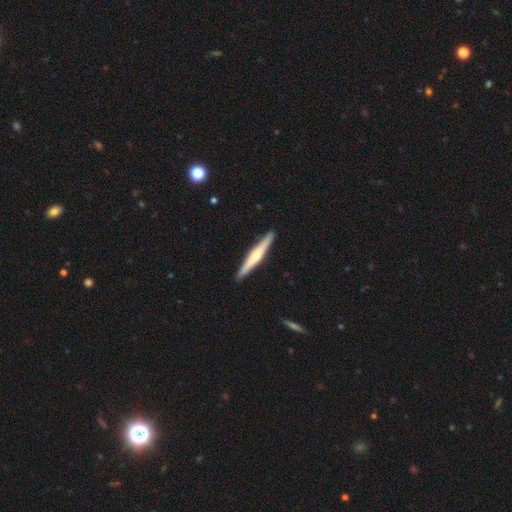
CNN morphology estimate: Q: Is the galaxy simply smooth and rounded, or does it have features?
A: featured or disk — 59%.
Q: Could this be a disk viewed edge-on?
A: yes — 97%.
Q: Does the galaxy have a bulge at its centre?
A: rounded — 76%.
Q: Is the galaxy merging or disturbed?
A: none — 92%.